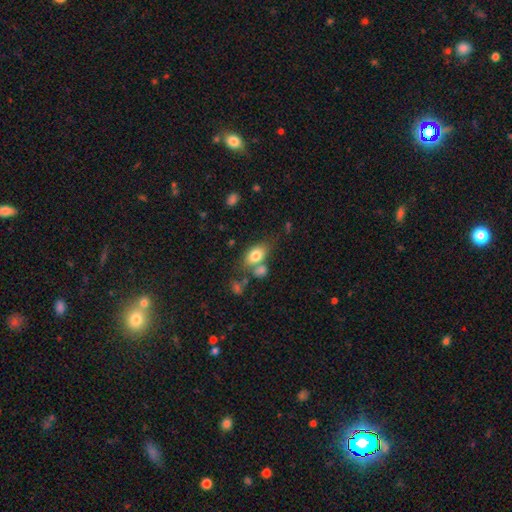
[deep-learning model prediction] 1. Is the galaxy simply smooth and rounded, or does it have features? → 79% smooth, 13% featured or disk, 8% star or artifact.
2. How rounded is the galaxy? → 86% in between, 11% round, 3% cigar-shaped.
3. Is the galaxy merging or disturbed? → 52% none, 27% merger, 15% minor disturbance, 6% major disturbance.